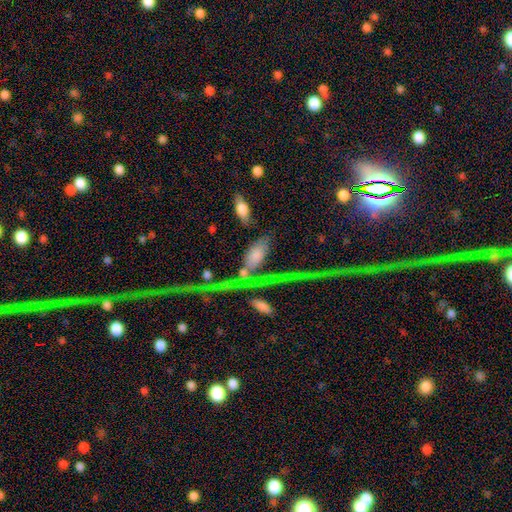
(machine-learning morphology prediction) Smooth or featured? smooth (56%)
How rounded? in between (80%)
Merging? none (58%)